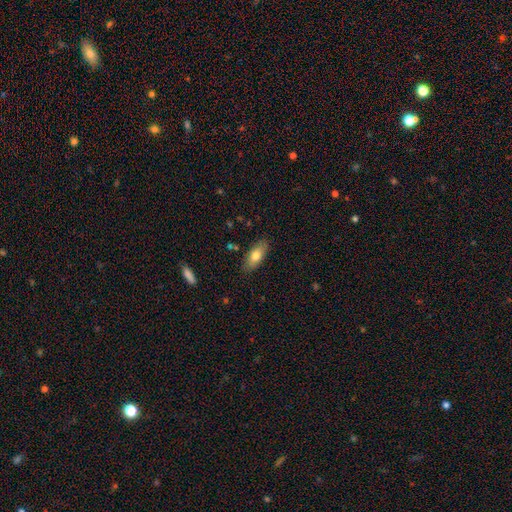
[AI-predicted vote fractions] smooth_or_featured: smooth (p=0.74) [alt: featured or disk p=0.20]
how_rounded: in between (p=0.77) [alt: cigar-shaped p=0.21]
merging: none (p=0.86) [alt: minor disturbance p=0.11]